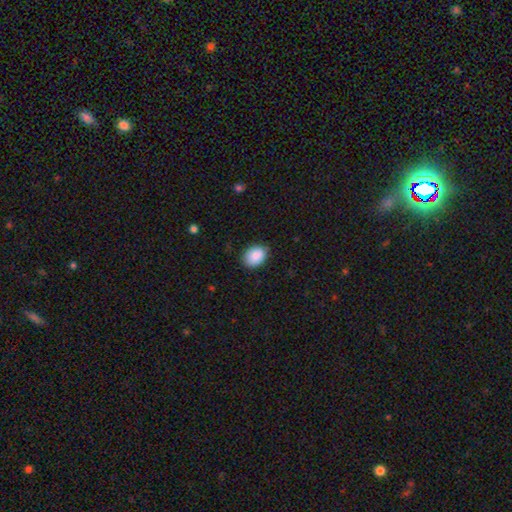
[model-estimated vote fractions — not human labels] smooth-or-featured: smooth: 89% | star or artifact: 7% | featured or disk: 4%
  how-rounded: in between: 69% | round: 30% | cigar-shaped: 1%
  merging: none: 84% | minor disturbance: 12% | major disturbance: 2% | merger: 1%